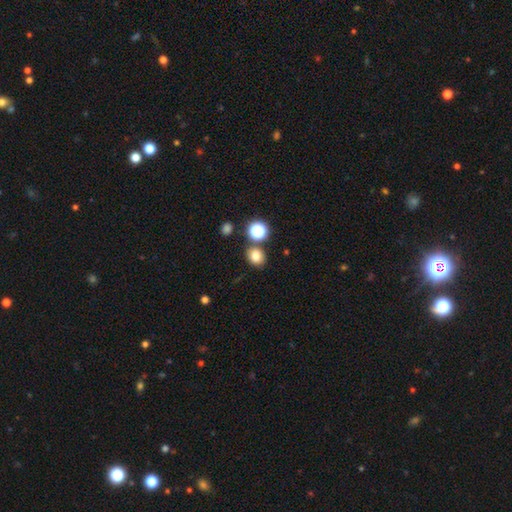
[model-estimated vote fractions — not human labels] smooth 79%, star or artifact 15%, featured or disk 6%. Down the decision tree: how rounded — round (70%); merging — none (77%).